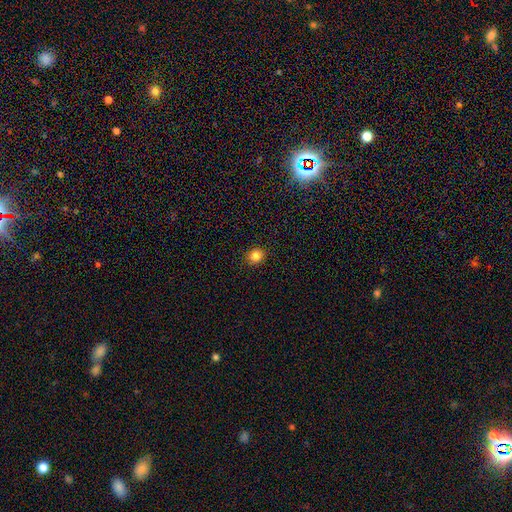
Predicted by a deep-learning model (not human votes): Smooth or featured? Predicted: smooth (p=0.82). How rounded? Predicted: round (p=0.82). Merging? Predicted: none (p=0.90).